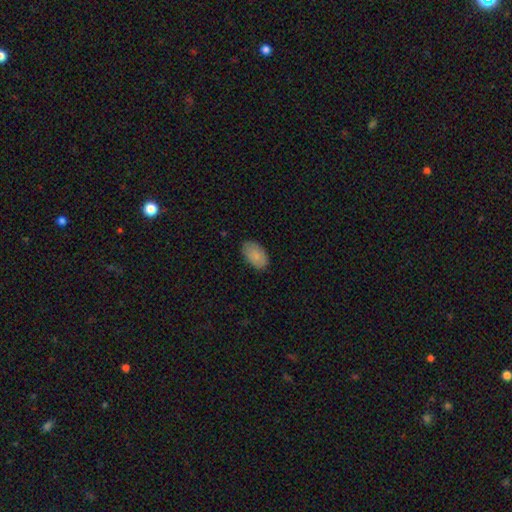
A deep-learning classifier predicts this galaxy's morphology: This appears to be a smooth galaxy with no disk features (87%) that is in between round and cigar-shaped (94%). Merging: none (84%).